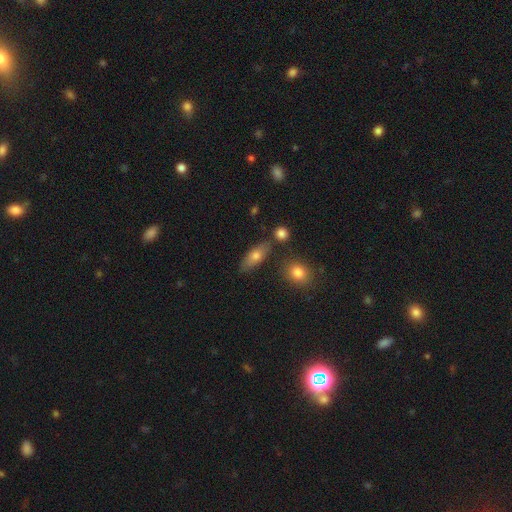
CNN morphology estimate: This appears to be a smooth galaxy with no disk features (70%) that is in between round and cigar-shaped (72%). Merging: none (75%).